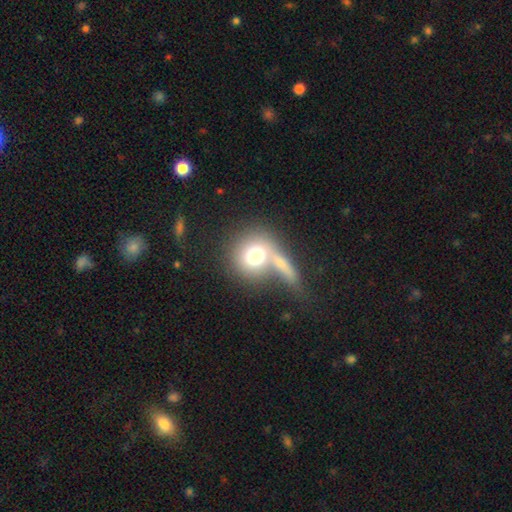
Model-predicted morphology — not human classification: A smooth galaxy with no disk features (72%) that is round (83%).

Vote fractions:
- Smooth or featured? smooth: 72% / featured or disk: 19% / star or artifact: 10%
- How rounded? round: 83% / in between: 15% / cigar-shaped: 2%
- Merging? none: 40% / merger: 39% / minor disturbance: 11% / major disturbance: 10%